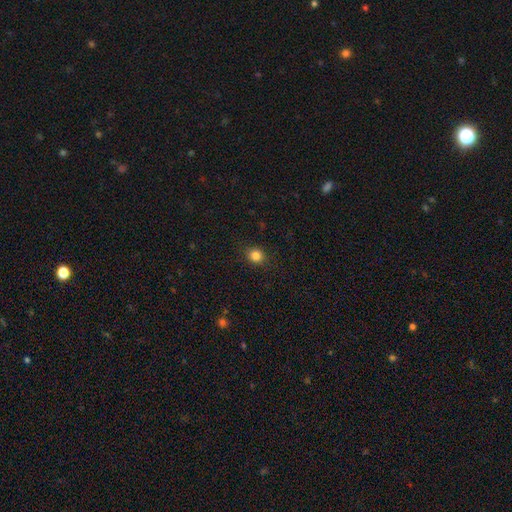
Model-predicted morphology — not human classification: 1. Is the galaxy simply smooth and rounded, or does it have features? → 83% smooth, 12% star or artifact, 5% featured or disk.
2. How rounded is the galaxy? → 81% round, 18% in between, 1% cigar-shaped.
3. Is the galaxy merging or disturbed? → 88% none, 9% minor disturbance, 3% major disturbance, 1% merger.